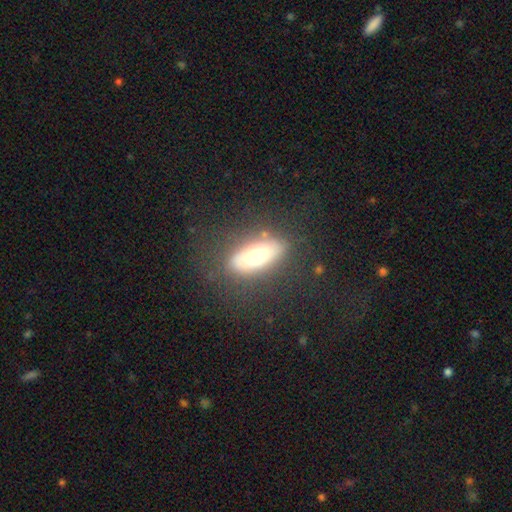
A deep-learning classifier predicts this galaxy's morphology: This appears to be a smooth galaxy with no disk features (62%) that is in between round and cigar-shaped (73%). Merging: none (76%).